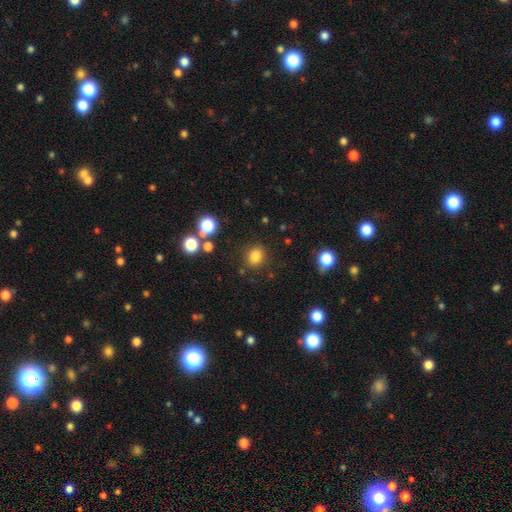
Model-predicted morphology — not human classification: Smooth or featured? Predicted: smooth (p=0.82). How rounded? Predicted: round (p=0.61). Merging? Predicted: none (p=0.85).